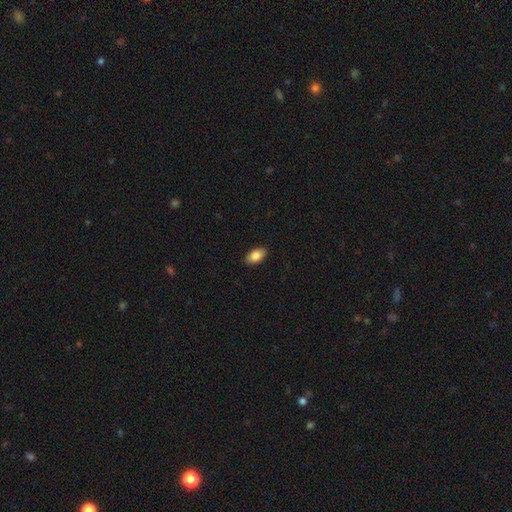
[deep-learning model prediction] smooth 86%, star or artifact 7%, featured or disk 6%. Down the decision tree: how rounded — in between (93%); merging — none (89%).